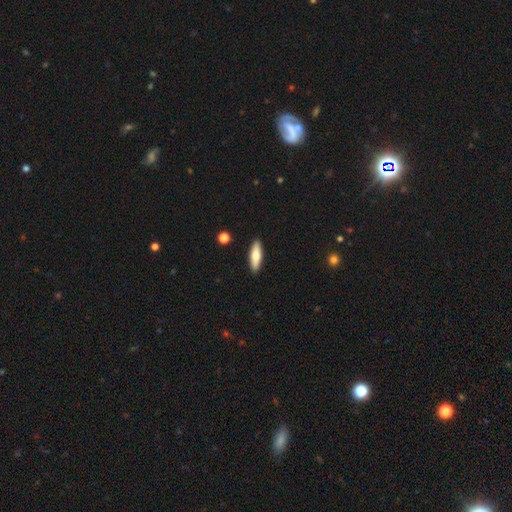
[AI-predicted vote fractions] smooth-or-featured: smooth: 71% | featured or disk: 23% | star or artifact: 6%
  how-rounded: cigar-shaped: 54% | in between: 44% | round: 2%
  merging: none: 90% | minor disturbance: 7% | major disturbance: 1% | merger: 1%